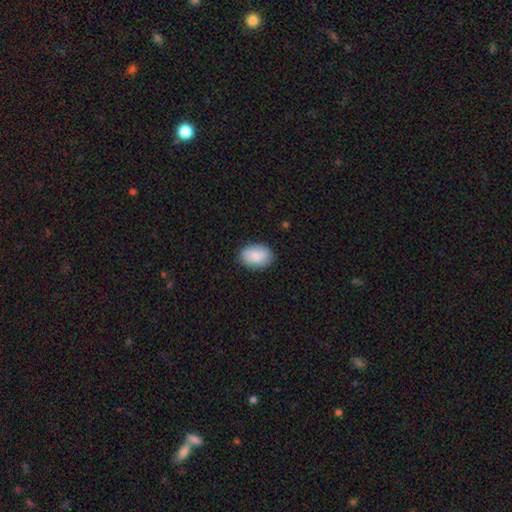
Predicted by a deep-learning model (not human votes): smooth_or_featured: smooth (p=0.87) [alt: featured or disk p=0.07]
how_rounded: in between (p=0.84) [alt: round p=0.15]
merging: none (p=0.86) [alt: minor disturbance p=0.11]